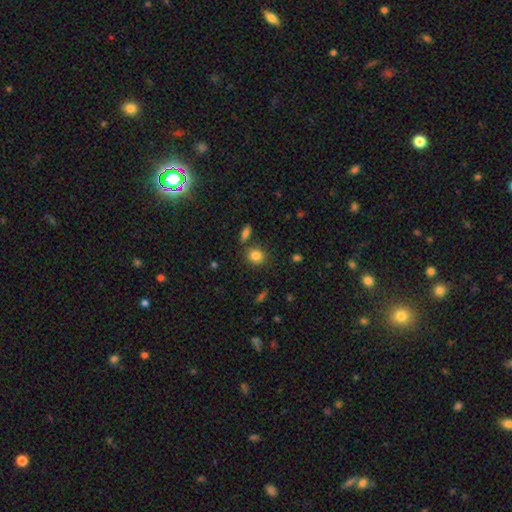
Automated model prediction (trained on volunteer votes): smooth_or_featured: smooth (p=0.84) [alt: star or artifact p=0.10]
how_rounded: round (p=0.70) [alt: in between p=0.28]
merging: none (p=0.79) [alt: minor disturbance p=0.10]